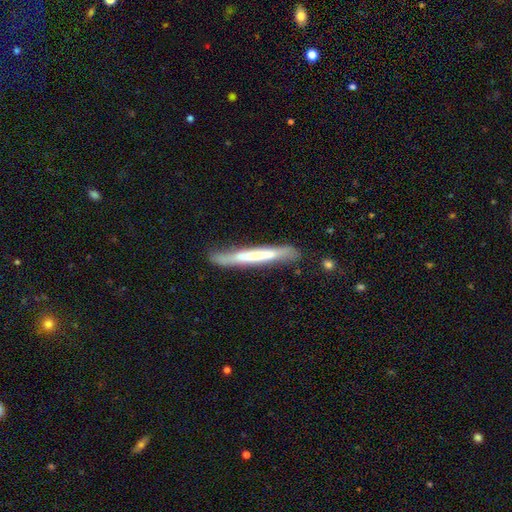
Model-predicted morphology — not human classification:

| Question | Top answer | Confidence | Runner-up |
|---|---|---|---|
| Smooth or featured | smooth | 49% | featured or disk (45%) |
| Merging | none | 73% | minor disturbance (19%) |